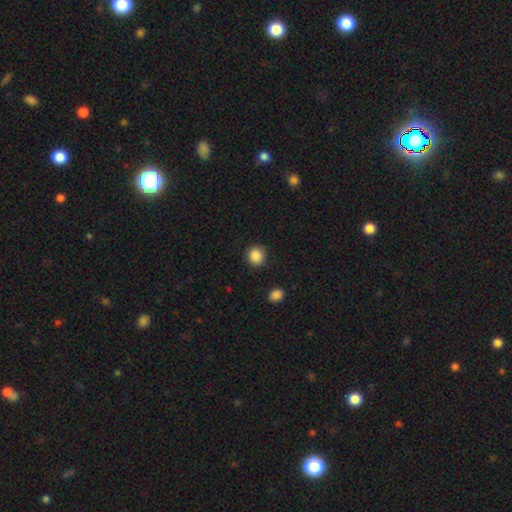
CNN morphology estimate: Overall: smooth (88%). How rounded: round (90%). Merging: none (89%).